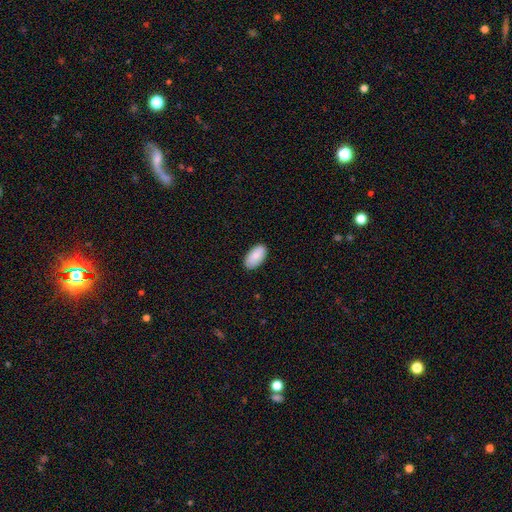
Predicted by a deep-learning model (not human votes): smooth_or_featured: smooth (p=0.90) [alt: star or artifact p=0.06]
how_rounded: in between (p=0.96) [alt: round p=0.02]
merging: none (p=0.88) [alt: minor disturbance p=0.09]